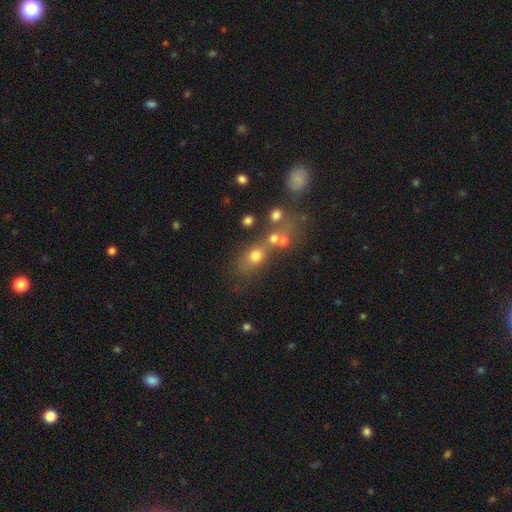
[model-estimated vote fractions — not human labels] smooth_or_featured: smooth (p=0.64) [alt: star or artifact p=0.18]
how_rounded: round (p=0.49) [alt: in between p=0.45]
merging: none (p=0.43) [alt: merger p=0.33]